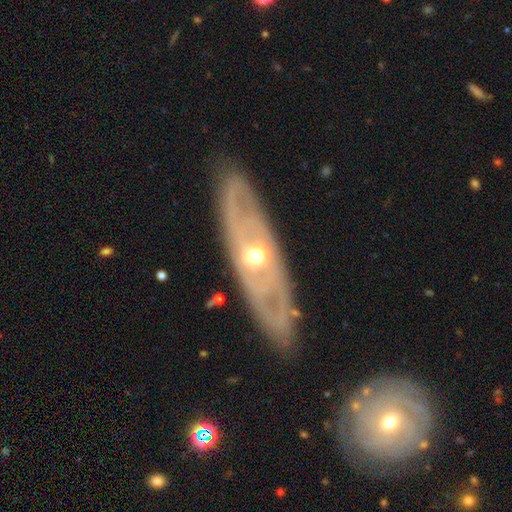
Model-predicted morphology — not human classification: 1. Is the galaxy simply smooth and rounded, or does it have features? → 79% featured or disk, 16% smooth, 5% star or artifact.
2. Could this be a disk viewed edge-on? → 75% no, 25% yes.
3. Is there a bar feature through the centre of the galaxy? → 70% no, 21% weak, 9% strong.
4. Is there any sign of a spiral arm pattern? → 54% yes, 46% no.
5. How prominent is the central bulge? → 63% moderate, 32% small, 4% large, 1% dominant, 1% none.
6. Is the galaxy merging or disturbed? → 83% none, 11% minor disturbance, 4% major disturbance, 2% merger.